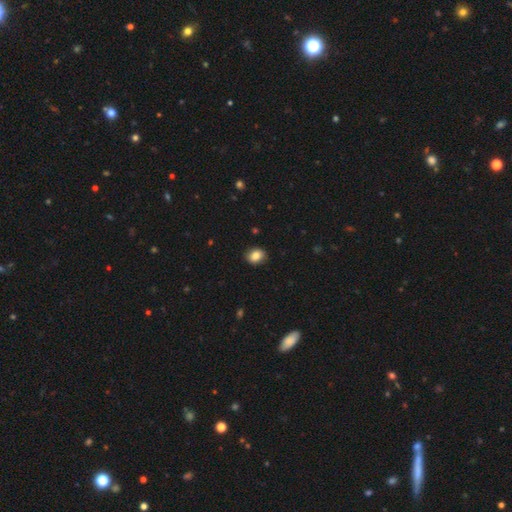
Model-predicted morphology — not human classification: Smooth or featured? smooth (85%)
How rounded? round (53%)
Merging? none (89%)